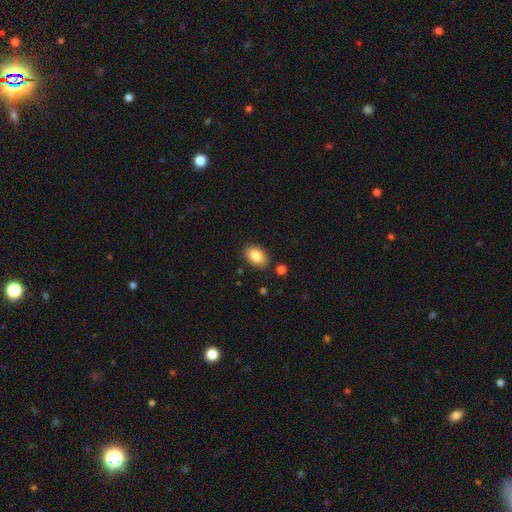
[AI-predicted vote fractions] A smooth galaxy with no disk features (85%) that is in between round and cigar-shaped (88%).

Vote fractions:
- Smooth or featured? smooth: 85% / star or artifact: 7% / featured or disk: 7%
- How rounded? in between: 88% / round: 10% / cigar-shaped: 1%
- Merging? none: 85% / minor disturbance: 10% / merger: 3% / major disturbance: 2%